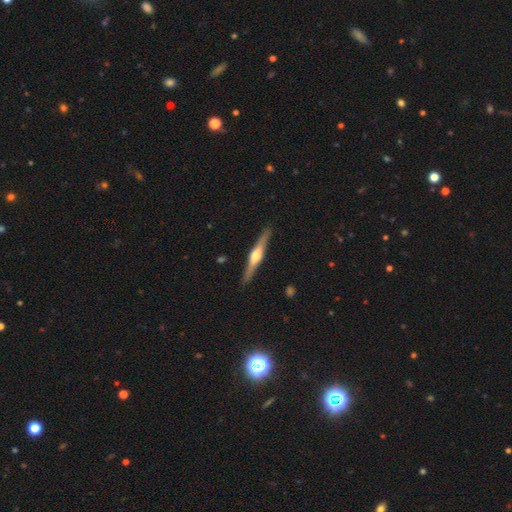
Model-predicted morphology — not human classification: Smooth or featured: featured or disk — 75% (smooth — 20%)
Edge-on disk: yes — 98% (no — 2%)
Edge-on bulge: rounded — 91% (boxy — 6%)
Merging: none — 90% (minor disturbance — 7%)